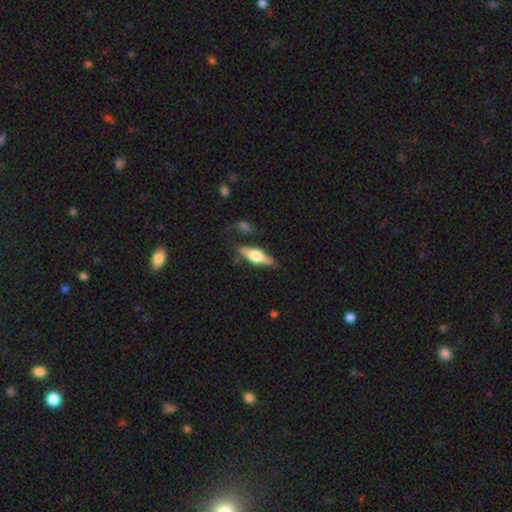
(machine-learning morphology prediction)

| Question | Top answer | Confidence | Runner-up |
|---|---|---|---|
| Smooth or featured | featured or disk | 60% | smooth (34%) |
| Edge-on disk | yes | 93% | no (7%) |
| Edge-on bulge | rounded | 93% | boxy (5%) |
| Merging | none | 75% | minor disturbance (15%) |